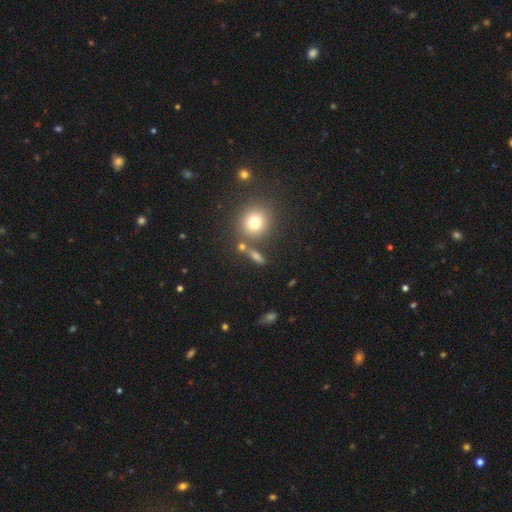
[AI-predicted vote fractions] A smooth galaxy with no disk features (56%) that is round (55%). Merging: none (76%).